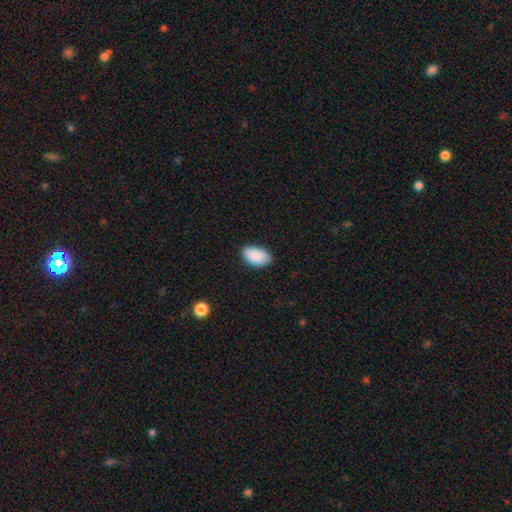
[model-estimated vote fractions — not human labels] smooth 91%, star or artifact 6%, featured or disk 3%. Down the decision tree: how rounded — in between (95%); merging — none (85%).